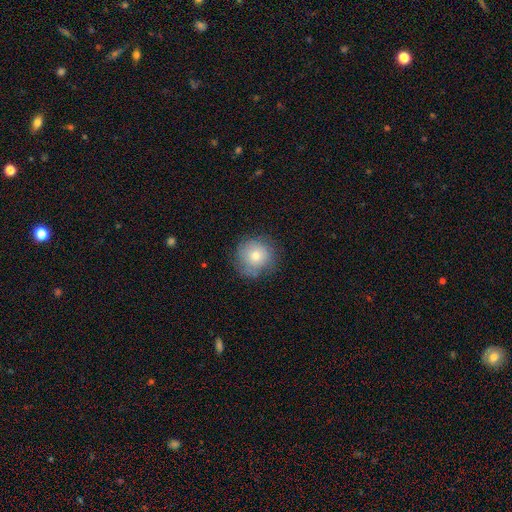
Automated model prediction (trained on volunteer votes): A smooth galaxy with no disk features (74%) that is round (93%).

Vote fractions:
- Smooth or featured? smooth: 74% / featured or disk: 16% / star or artifact: 10%
- How rounded? round: 93% / in between: 6% / cigar-shaped: 1%
- Merging? none: 78% / minor disturbance: 15% / major disturbance: 5% / merger: 1%